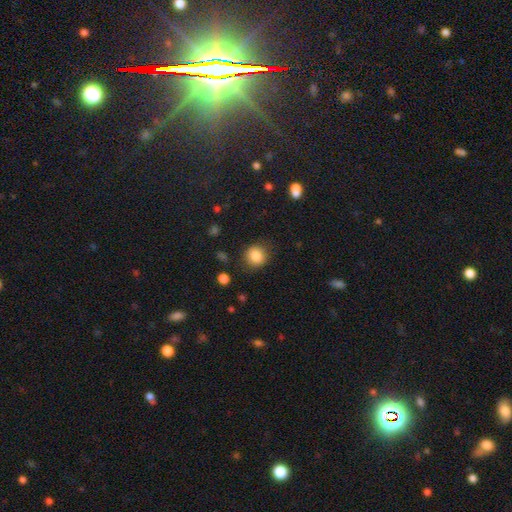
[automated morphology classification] The model was most divided on "how rounded": round: 85%, in between: 14%, cigar-shaped: 1%. More confident: smooth or featured — smooth (84%); merging — none (84%).